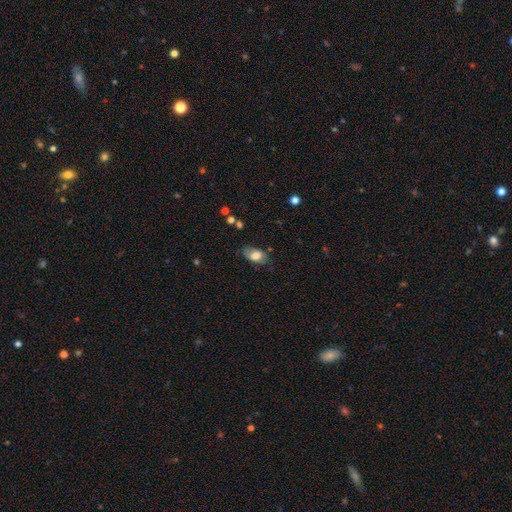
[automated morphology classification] Smooth or featured?
  - smooth: 69% *
  - featured or disk: 23%
  - star or artifact: 8%
How rounded?
  - in between: 90% *
  - round: 8%
  - cigar-shaped: 2%
Merging?
  - none: 64% *
  - minor disturbance: 26%
  - major disturbance: 9%
  - merger: 2%